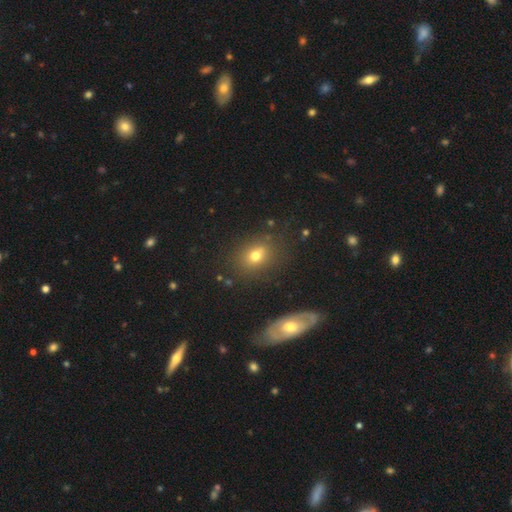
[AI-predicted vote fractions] This appears to be a smooth galaxy with no disk features (71%) that is in between round and cigar-shaped (50%). Merging: none (78%).